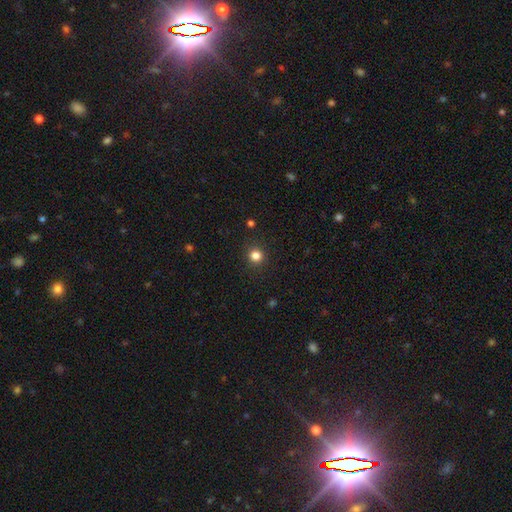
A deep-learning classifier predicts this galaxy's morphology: This appears to be a smooth galaxy with no disk features (82%) that is round (92%). Merging: none (91%).